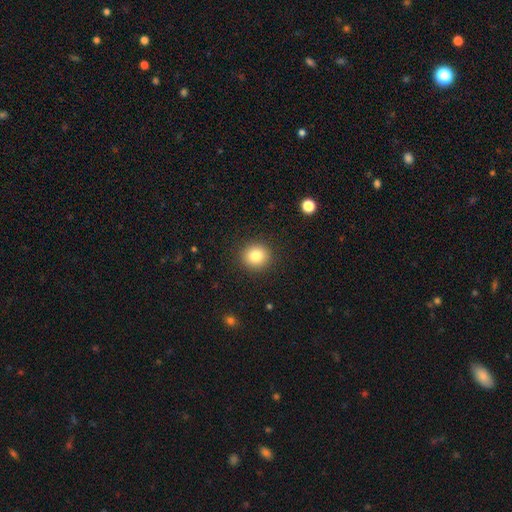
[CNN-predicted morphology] A smooth galaxy with no disk features (82%) that is round (88%).

Vote fractions:
- Smooth or featured? smooth: 82% / star or artifact: 10% / featured or disk: 7%
- How rounded? round: 88% / in between: 11% / cigar-shaped: 1%
- Merging? none: 91% / minor disturbance: 6% / major disturbance: 2% / merger: 1%